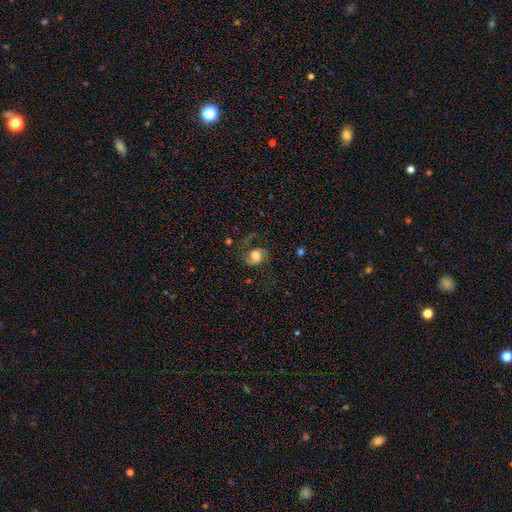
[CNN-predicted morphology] Q: Smooth or featured?
A: featured or disk (57%); runner-up: smooth (34%)
Q: Edge-on disk?
A: no (97%); runner-up: yes (3%)
Q: Bar?
A: no (63%); runner-up: weak (29%)
Q: Spiral arms?
A: yes (91%); runner-up: no (9%)
Q: Spiral winding?
A: loose (45%); runner-up: medium (43%)
Q: Spiral arm count?
A: 2 (84%); runner-up: 1 (9%)
Q: Bulge size?
A: large (42%); runner-up: moderate (36%)
Q: Merging?
A: none (61%); runner-up: minor disturbance (18%)